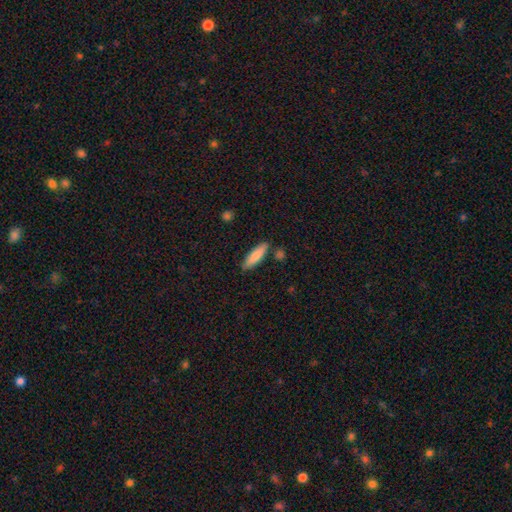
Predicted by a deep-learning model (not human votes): A smooth galaxy with no disk features (82%) that is cigar-shaped (61%). Merging: none (83%).